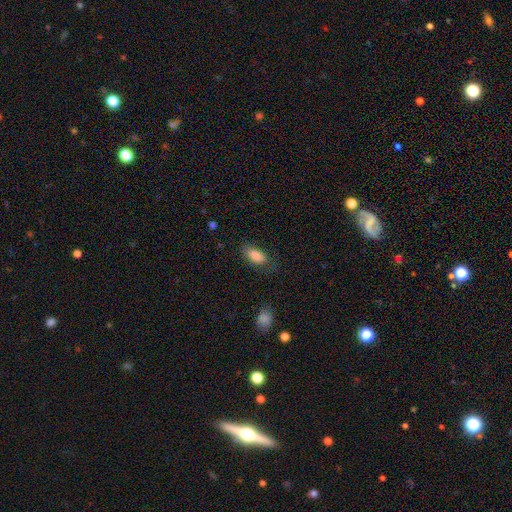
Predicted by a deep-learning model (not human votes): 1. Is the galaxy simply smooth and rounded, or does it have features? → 86% smooth, 7% star or artifact, 6% featured or disk.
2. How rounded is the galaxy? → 91% in between, 5% cigar-shaped, 4% round.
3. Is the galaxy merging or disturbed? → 71% none, 21% minor disturbance, 7% major disturbance, 2% merger.